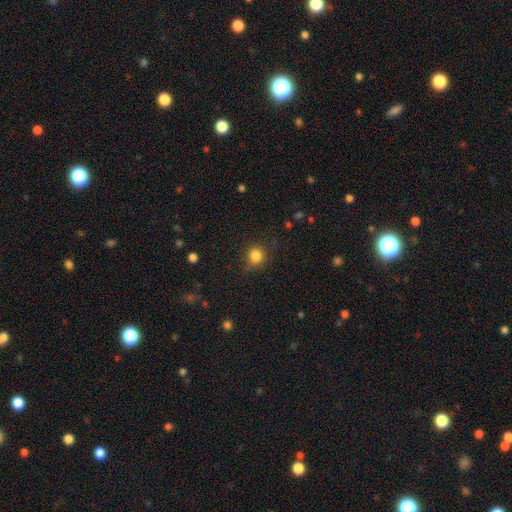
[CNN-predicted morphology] smooth 83%, star or artifact 12%, featured or disk 5%. Down the decision tree: how rounded — round (85%); merging — none (78%).